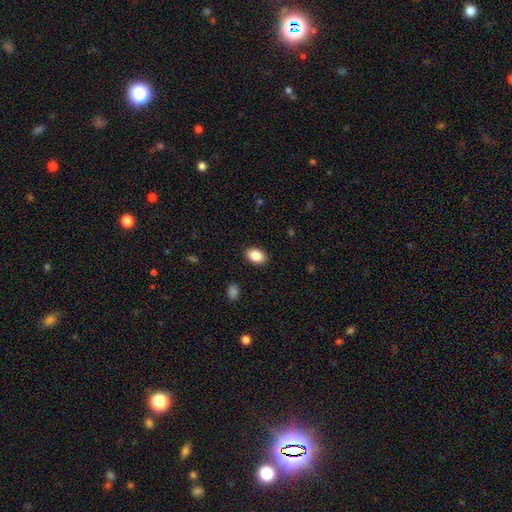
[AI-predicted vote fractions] Overall: smooth (87%). How rounded: in between (89%). Merging: none (89%).